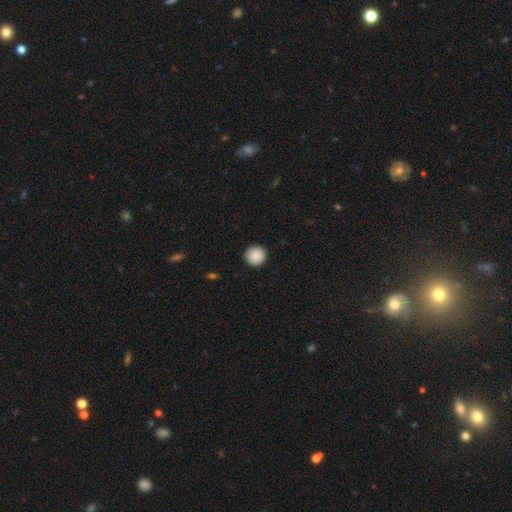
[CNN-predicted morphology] Overall: smooth (90%). How rounded: round (95%). Merging: none (93%).